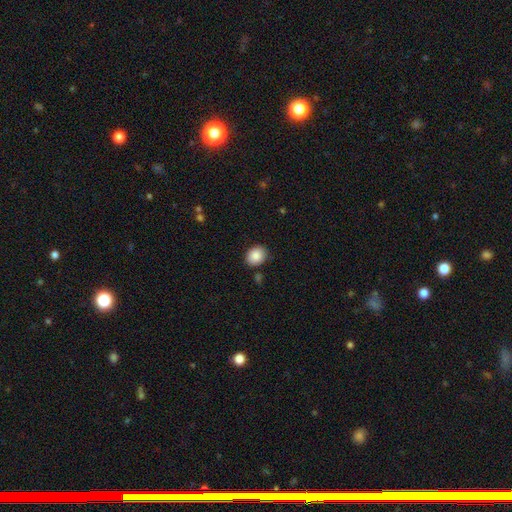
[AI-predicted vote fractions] Smooth or featured? smooth (87%)
How rounded? round (54%)
Merging? none (84%)